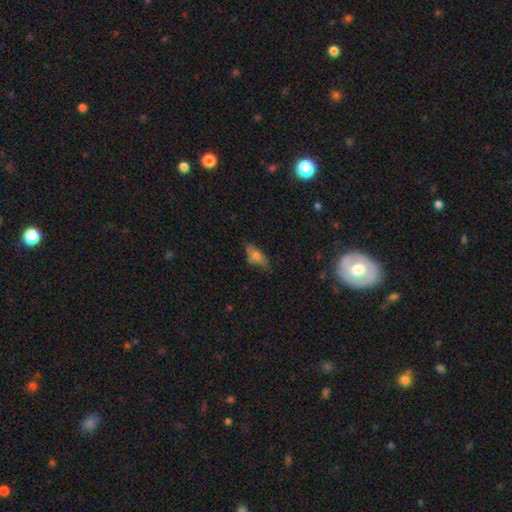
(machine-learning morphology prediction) A smooth galaxy with no disk features (66%) that is in between round and cigar-shaped (78%).

Vote fractions:
- Smooth or featured? smooth: 66% / featured or disk: 25% / star or artifact: 10%
- How rounded? in between: 78% / cigar-shaped: 18% / round: 4%
- Merging? none: 60% / minor disturbance: 28% / major disturbance: 9% / merger: 3%